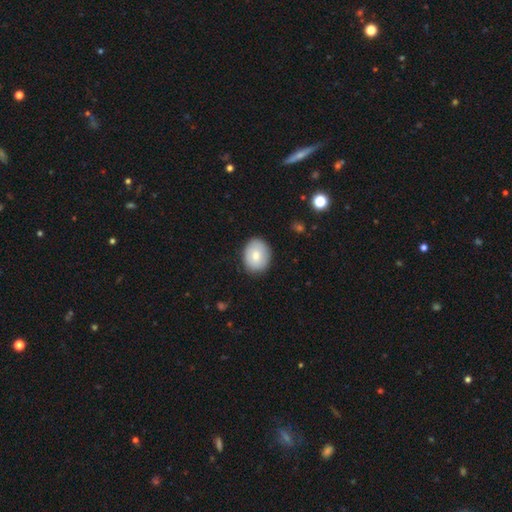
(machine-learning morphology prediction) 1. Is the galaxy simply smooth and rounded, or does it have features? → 78% smooth, 15% featured or disk, 7% star or artifact.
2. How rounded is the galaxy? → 51% round, 48% in between, 1% cigar-shaped.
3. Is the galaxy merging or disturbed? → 86% none, 11% minor disturbance, 2% major disturbance, 1% merger.